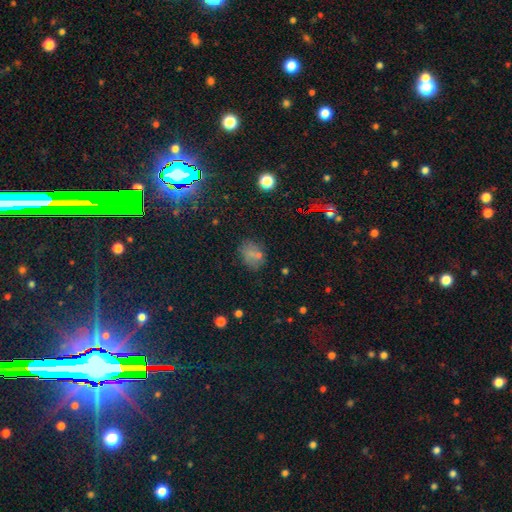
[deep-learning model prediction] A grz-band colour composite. It shows a smooth galaxy with no disk features (60%) that is in between round and cigar-shaped (58%). Merging: none (68%).